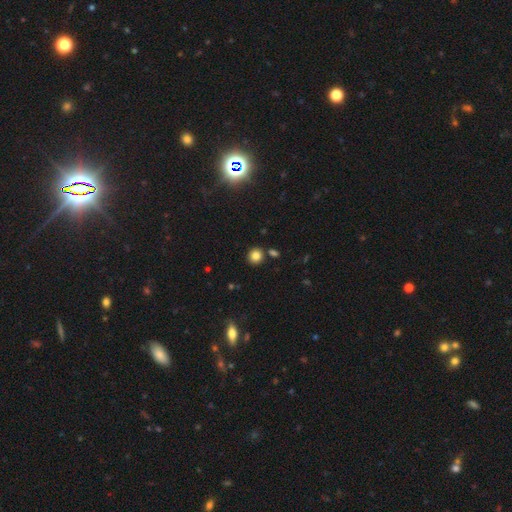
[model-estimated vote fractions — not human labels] Overall: smooth (83%). How rounded: round (89%). Merging: none (83%).